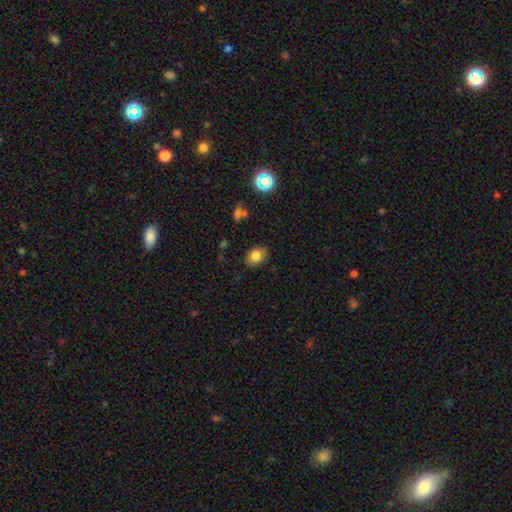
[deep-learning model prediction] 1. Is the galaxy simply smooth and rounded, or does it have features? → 79% smooth, 11% star or artifact, 10% featured or disk.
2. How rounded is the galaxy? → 71% in between, 28% round, 1% cigar-shaped.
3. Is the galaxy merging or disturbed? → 84% none, 12% minor disturbance, 3% major disturbance, 2% merger.